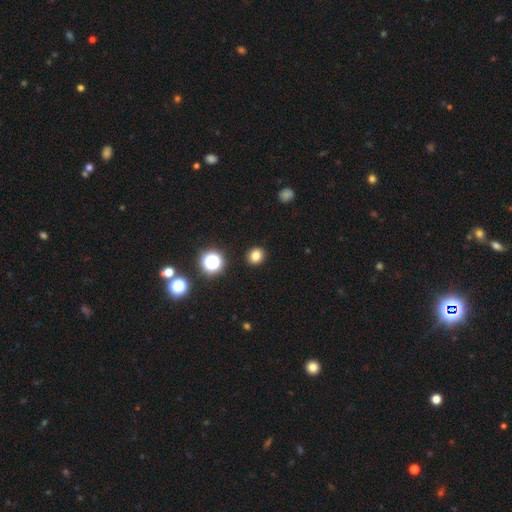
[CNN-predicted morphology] smooth 80%, star or artifact 15%, featured or disk 6%. Down the decision tree: how rounded — round (80%); merging — none (92%).